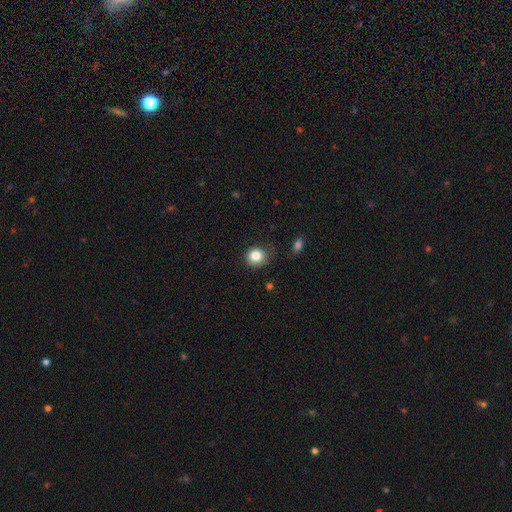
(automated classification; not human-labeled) Morphology: type=smooth (83%); roundness=round (82%); merging=none (77%).